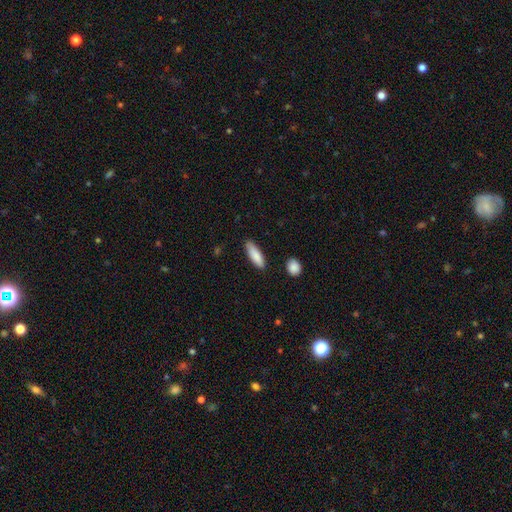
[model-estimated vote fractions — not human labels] Q: Smooth or featured?
A: smooth (86%); runner-up: featured or disk (8%)
Q: How rounded?
A: cigar-shaped (50%); runner-up: in between (48%)
Q: Merging?
A: none (85%); runner-up: minor disturbance (11%)